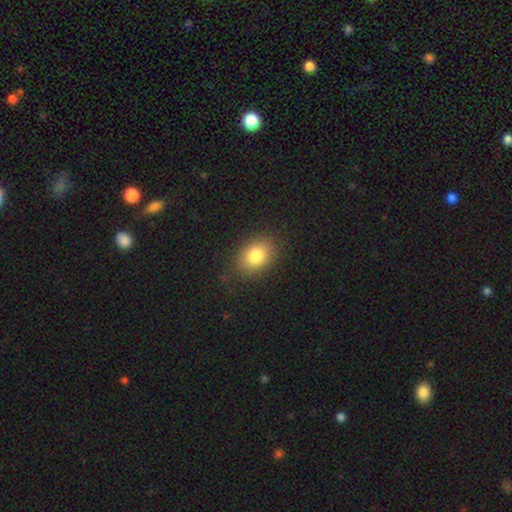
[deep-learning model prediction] Smooth or featured: smooth — 82% (star or artifact — 10%)
How rounded: in between — 67% (round — 32%)
Merging: none — 85% (minor disturbance — 10%)